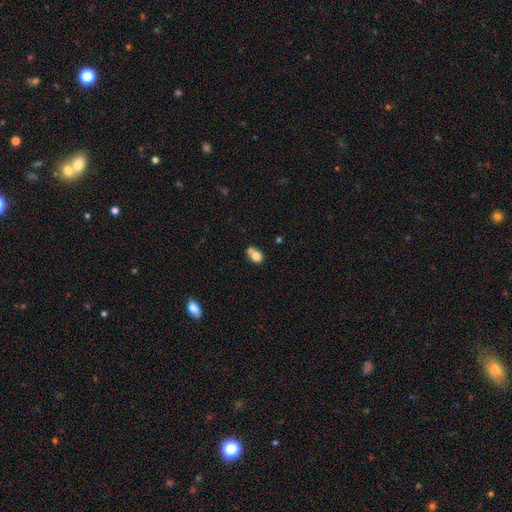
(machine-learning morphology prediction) Smooth or featured? Predicted: smooth (p=0.77). How rounded? Predicted: round (p=0.53). Merging? Predicted: none (p=0.40).